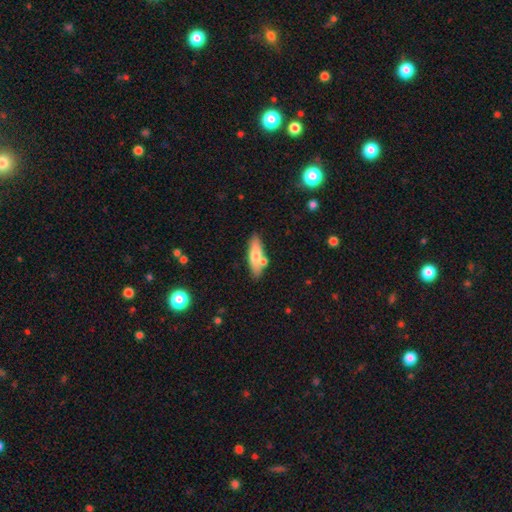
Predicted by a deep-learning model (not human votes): Smooth or featured? Predicted: smooth (p=0.68). How rounded? Predicted: in between (p=0.52). Merging? Predicted: none (p=0.72).